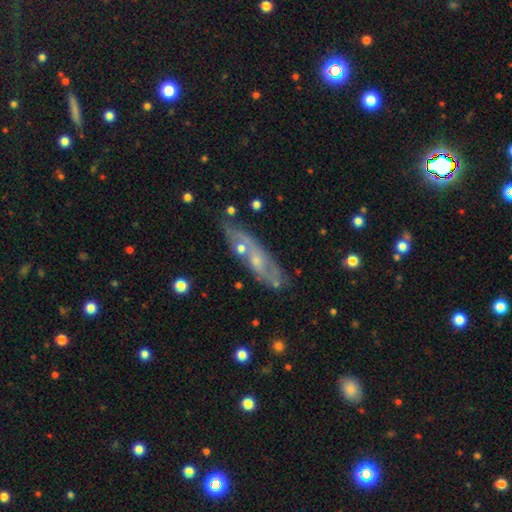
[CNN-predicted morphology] A featured or disk galaxy (62%).

Vote fractions:
- Smooth or featured? featured or disk: 62% / smooth: 30% / star or artifact: 9%
- Edge-on disk? no: 63% / yes: 37%
- Merging? none: 63% / minor disturbance: 20% / merger: 10% / major disturbance: 7%